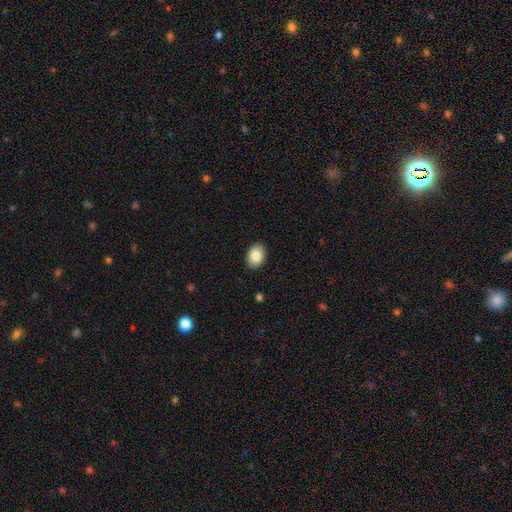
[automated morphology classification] smooth-or-featured: smooth: 86% | star or artifact: 7% | featured or disk: 6%
  how-rounded: in between: 76% | round: 24% | cigar-shaped: 1%
  merging: none: 90% | minor disturbance: 7% | major disturbance: 2% | merger: 1%